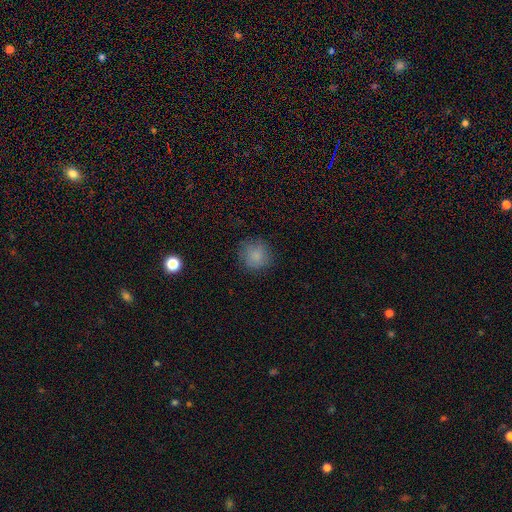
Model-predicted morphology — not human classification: This appears to be a smooth galaxy with no disk features (85%) that is round (92%). Merging: none (83%).